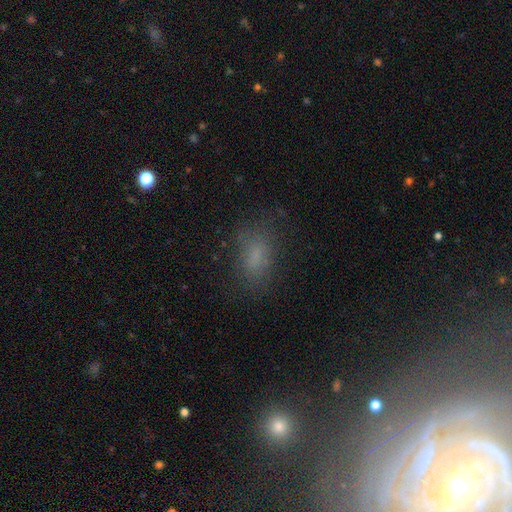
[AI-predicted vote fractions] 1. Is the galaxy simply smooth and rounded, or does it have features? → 72% smooth, 16% star or artifact, 12% featured or disk.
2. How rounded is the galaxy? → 84% in between, 9% round, 6% cigar-shaped.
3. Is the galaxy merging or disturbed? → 70% none, 17% minor disturbance, 11% major disturbance, 2% merger.